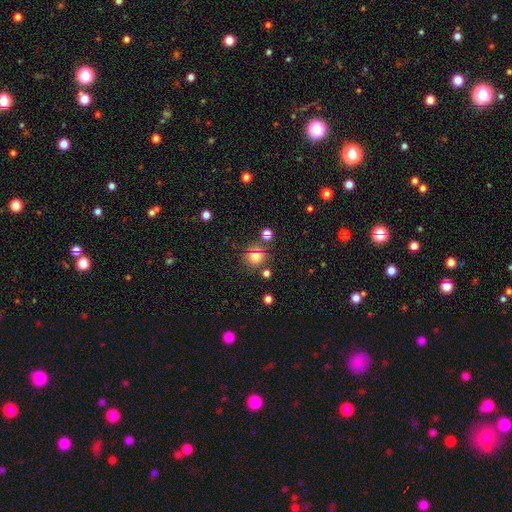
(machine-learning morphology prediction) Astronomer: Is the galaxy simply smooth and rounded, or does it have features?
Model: smooth — 72%.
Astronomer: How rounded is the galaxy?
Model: round — 89%.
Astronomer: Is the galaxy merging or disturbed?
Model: none — 78%.